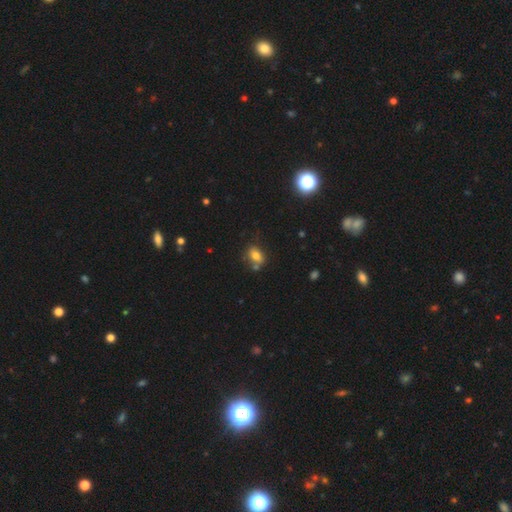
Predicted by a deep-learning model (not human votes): Smooth or featured? Predicted: smooth (p=0.73). How rounded? Predicted: in between (p=0.69). Merging? Predicted: none (p=0.55).